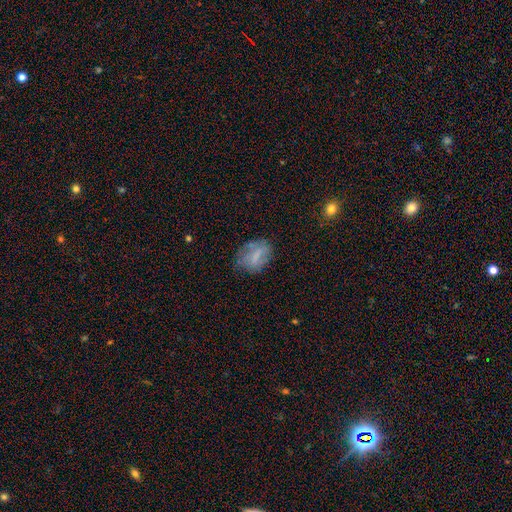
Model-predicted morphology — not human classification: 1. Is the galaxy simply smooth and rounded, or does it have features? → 59% smooth, 30% featured or disk, 11% star or artifact.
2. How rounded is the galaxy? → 74% in between, 22% round, 3% cigar-shaped.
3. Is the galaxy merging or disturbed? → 59% none, 25% minor disturbance, 12% major disturbance, 3% merger.